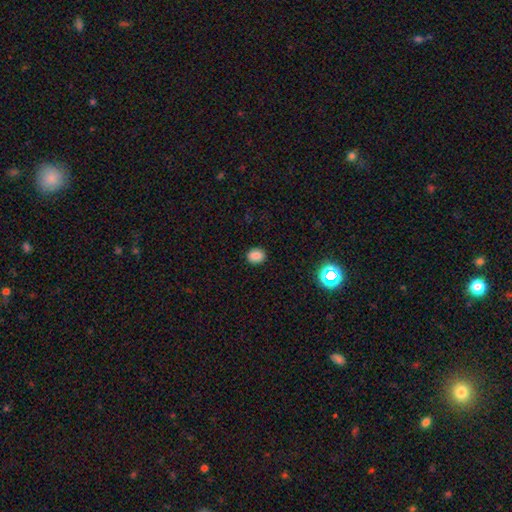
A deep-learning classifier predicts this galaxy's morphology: Smooth or featured: smooth — 84% (star or artifact — 12%)
How rounded: round — 63% (in between — 36%)
Merging: none — 90% (minor disturbance — 7%)